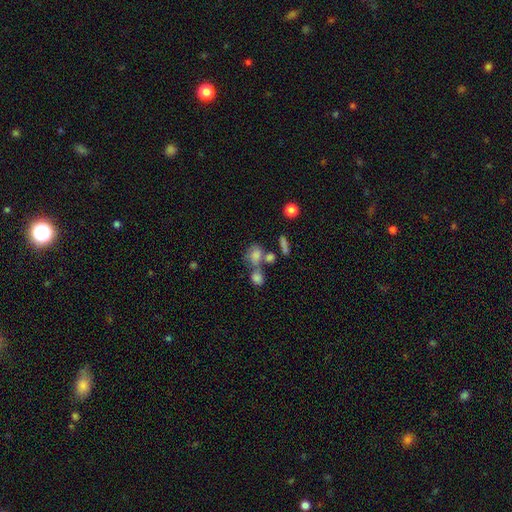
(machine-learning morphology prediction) Q: Smooth or featured?
A: smooth (68%); runner-up: featured or disk (17%)
Q: How rounded?
A: in between (57%); runner-up: round (40%)
Q: Merging?
A: merger (46%); runner-up: none (32%)